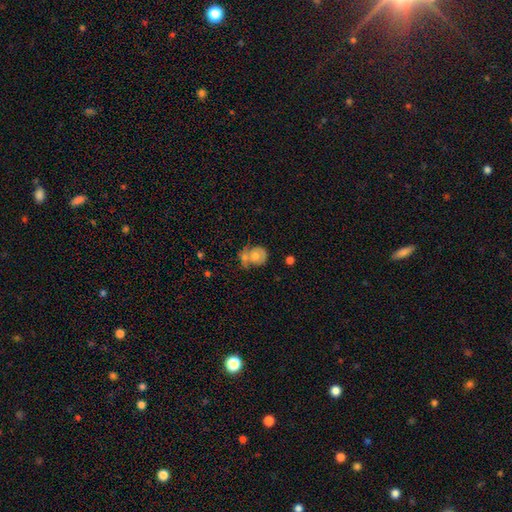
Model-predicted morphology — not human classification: A smooth galaxy with no disk features (55%) that is round (70%).

Vote fractions:
- Smooth or featured? smooth: 55% / featured or disk: 38% / star or artifact: 8%
- How rounded? round: 70% / in between: 29% / cigar-shaped: 1%
- Merging? merger: 40% / none: 32% / minor disturbance: 18% / major disturbance: 10%